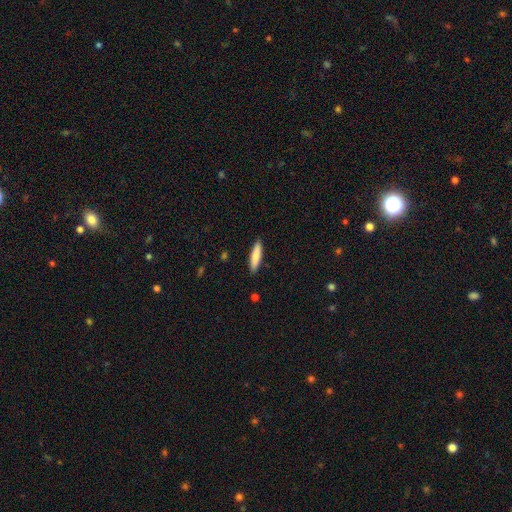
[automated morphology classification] Smooth or featured?
  - smooth: 83% *
  - featured or disk: 11%
  - star or artifact: 6%
How rounded?
  - cigar-shaped: 78% *
  - in between: 20%
  - round: 1%
Merging?
  - none: 90% *
  - minor disturbance: 7%
  - major disturbance: 2%
  - merger: 1%